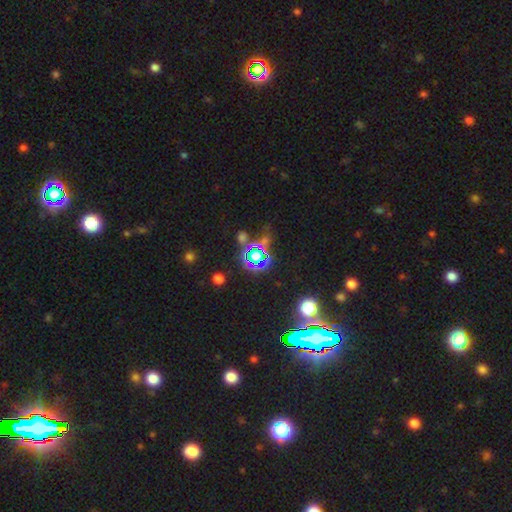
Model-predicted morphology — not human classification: This is likely a star or artifact rather than a galaxy (68%).